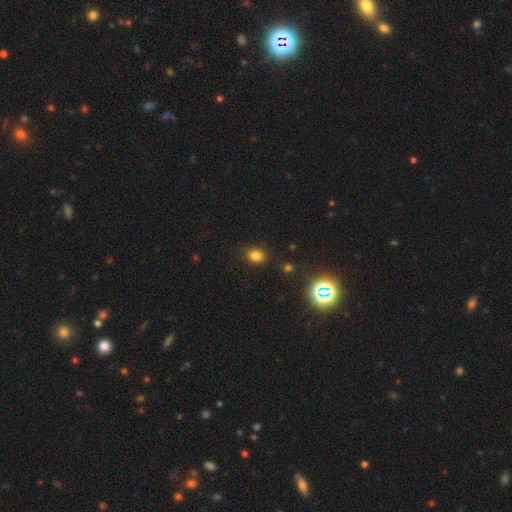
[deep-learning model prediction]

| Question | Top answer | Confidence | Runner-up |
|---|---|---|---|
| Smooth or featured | smooth | 78% | star or artifact (16%) |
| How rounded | round | 52% | in between (46%) |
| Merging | none | 85% | minor disturbance (10%) |